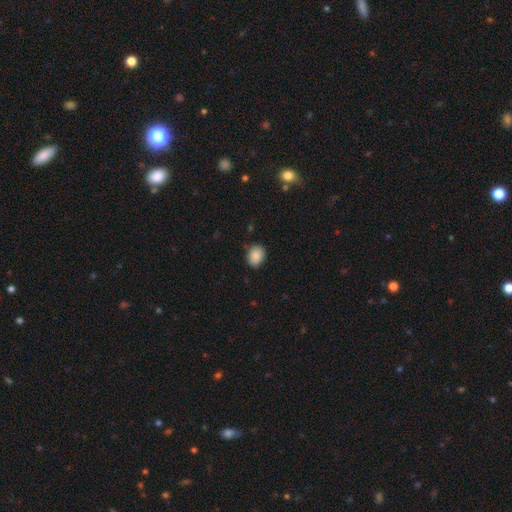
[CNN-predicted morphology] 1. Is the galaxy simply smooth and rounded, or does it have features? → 89% smooth, 8% star or artifact, 4% featured or disk.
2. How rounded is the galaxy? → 58% in between, 41% round, 1% cigar-shaped.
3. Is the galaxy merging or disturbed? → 84% none, 12% minor disturbance, 2% major disturbance, 1% merger.